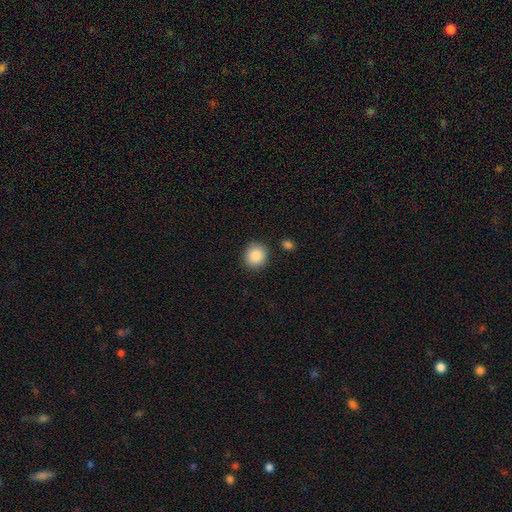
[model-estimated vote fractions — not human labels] Smooth or featured? Predicted: smooth (p=0.88). How rounded? Predicted: round (p=0.91). Merging? Predicted: none (p=0.88).